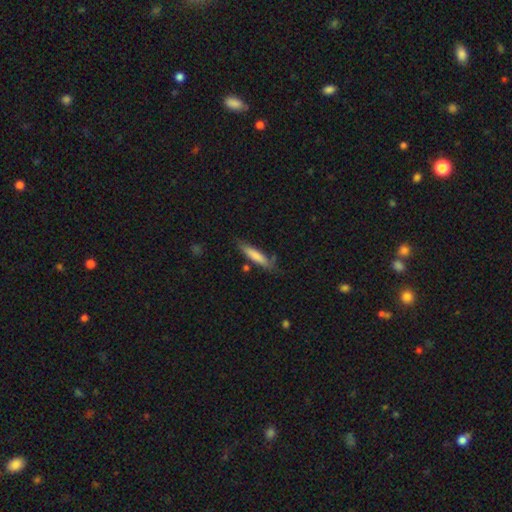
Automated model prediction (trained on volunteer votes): smooth_or_featured: smooth (p=0.75) [alt: featured or disk p=0.19]
how_rounded: cigar-shaped (p=0.84) [alt: in between p=0.14]
merging: none (p=0.75) [alt: minor disturbance p=0.17]